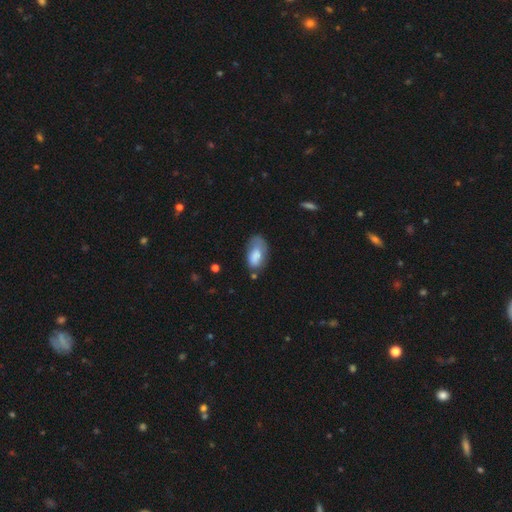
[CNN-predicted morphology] Overall: smooth (76%). How rounded: in between (92%). Merging: none (42%; minor disturbance 34%).